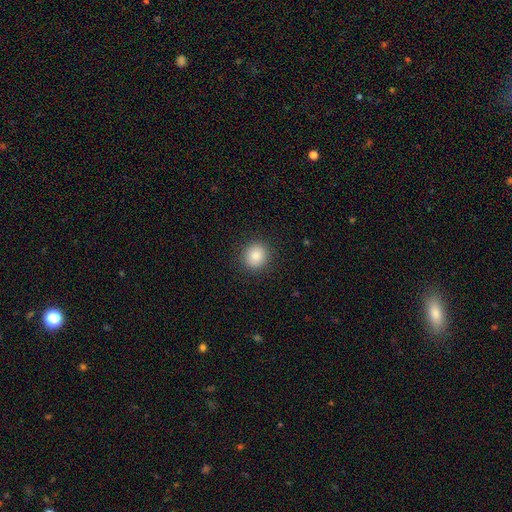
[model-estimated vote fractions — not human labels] smooth_or_featured: smooth (p=0.86) [alt: star or artifact p=0.09]
how_rounded: round (p=0.84) [alt: in between p=0.15]
merging: none (p=0.90) [alt: minor disturbance p=0.06]